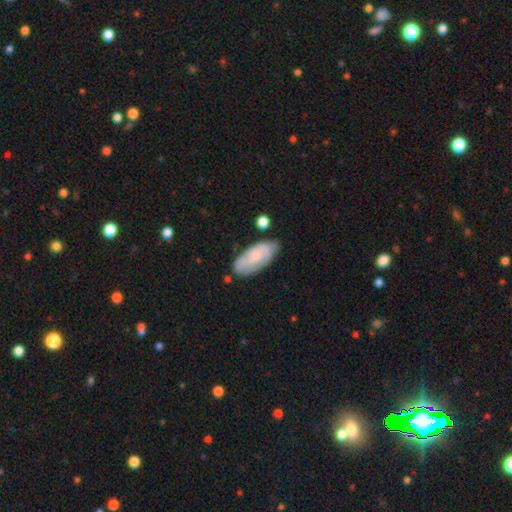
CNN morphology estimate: Smooth or featured? Predicted: smooth (p=0.54). How rounded? Predicted: in between (p=0.89). Merging? Predicted: none (p=0.66).